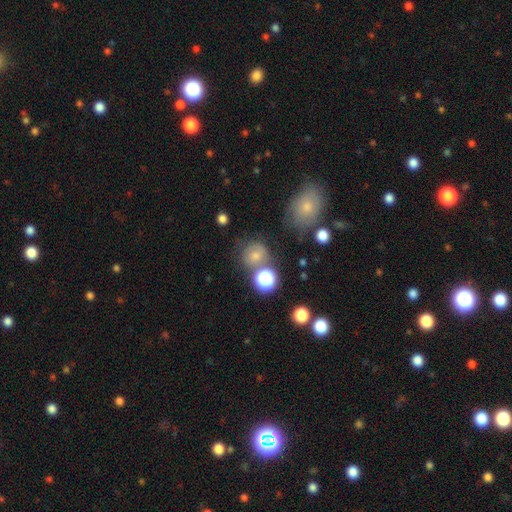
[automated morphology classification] A smooth galaxy with no disk features (67%) that is round (81%).

Vote fractions:
- Smooth or featured? smooth: 67% / star or artifact: 18% / featured or disk: 15%
- How rounded? round: 81% / in between: 18% / cigar-shaped: 1%
- Merging? none: 60% / minor disturbance: 17% / merger: 14% / major disturbance: 9%